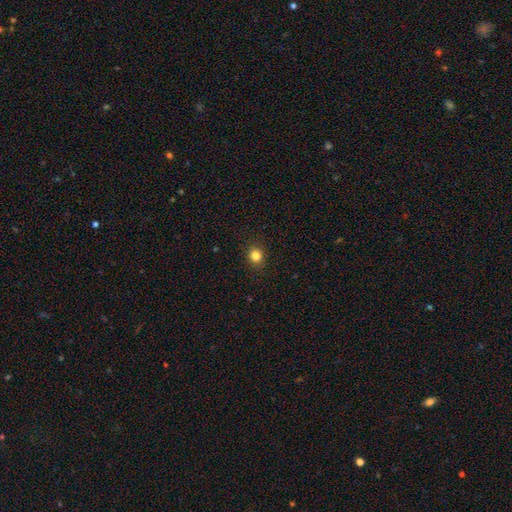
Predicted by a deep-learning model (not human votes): Morphology: type=smooth (83%); roundness=round (85%); merging=none (91%).